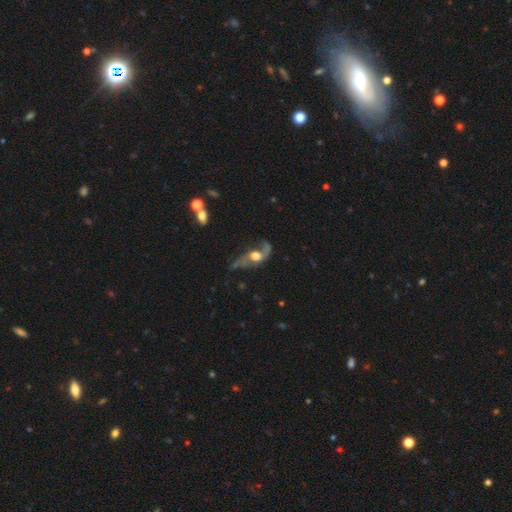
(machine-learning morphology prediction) The model was most divided on "bulge size" (2-way tie): large: 43%, moderate: 43%, small: 7%, dominant: 5%, none: 3%. Remaining: edge-on disk — no (88%); spiral arms — yes (80%); smooth or featured — featured or disk (69%); bar — no (68%); merging — major disturbance (37%).